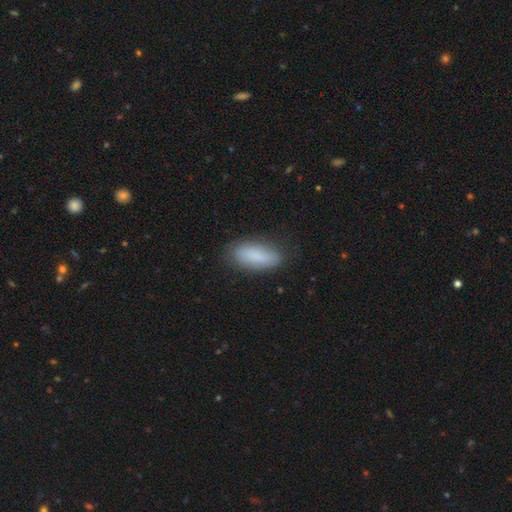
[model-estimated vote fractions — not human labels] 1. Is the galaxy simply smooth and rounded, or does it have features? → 84% smooth, 9% featured or disk, 7% star or artifact.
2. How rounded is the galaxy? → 73% in between, 25% cigar-shaped, 2% round.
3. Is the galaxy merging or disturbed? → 82% none, 14% minor disturbance, 3% major disturbance, 1% merger.